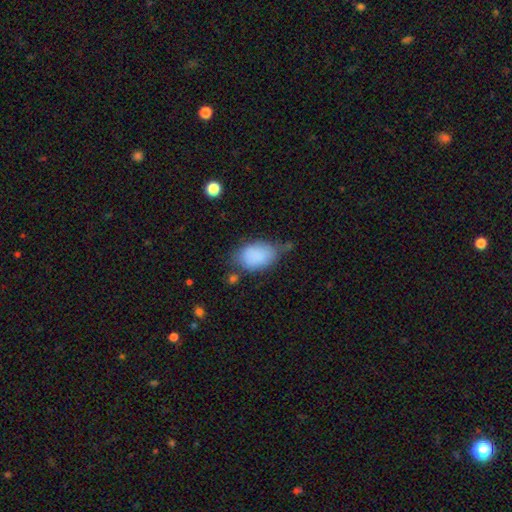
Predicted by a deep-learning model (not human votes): Q: Smooth or featured?
A: smooth (85%); runner-up: featured or disk (8%)
Q: How rounded?
A: in between (85%); runner-up: round (13%)
Q: Merging?
A: none (44%); runner-up: minor disturbance (35%)